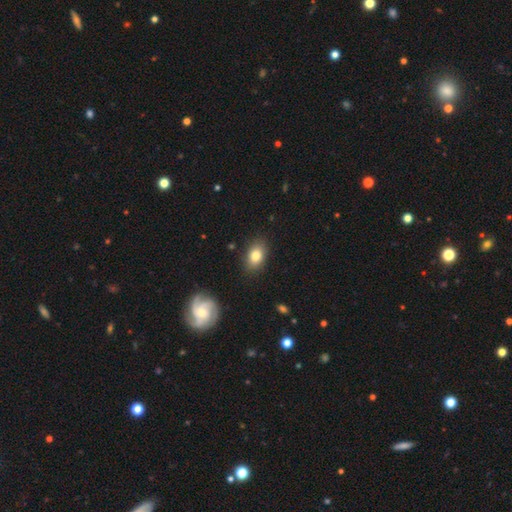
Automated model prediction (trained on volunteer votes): Smooth or featured? smooth (80%)
How rounded? in between (83%)
Merging? none (84%)